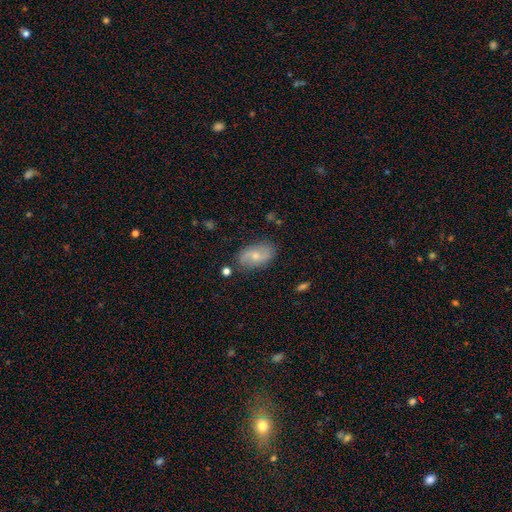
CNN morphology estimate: This appears to be a featured or disk galaxy (48%). Merging: none (79%).